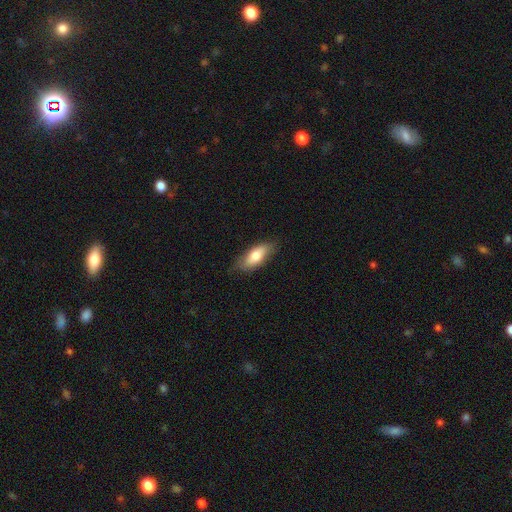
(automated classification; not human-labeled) smooth 74%, featured or disk 20%, star or artifact 6%. Down the decision tree: how rounded — in between (77%); merging — none (78%).